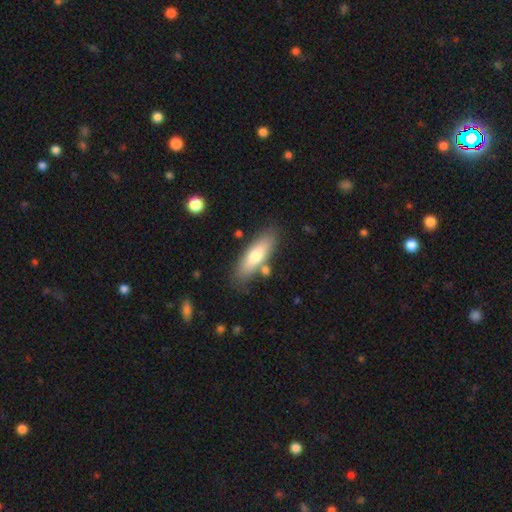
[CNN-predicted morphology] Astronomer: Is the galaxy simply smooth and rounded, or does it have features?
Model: smooth — 68%.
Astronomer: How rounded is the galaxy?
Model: in between — 53% (runner-up: cigar-shaped, 45%).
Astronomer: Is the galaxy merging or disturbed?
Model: none — 77%.